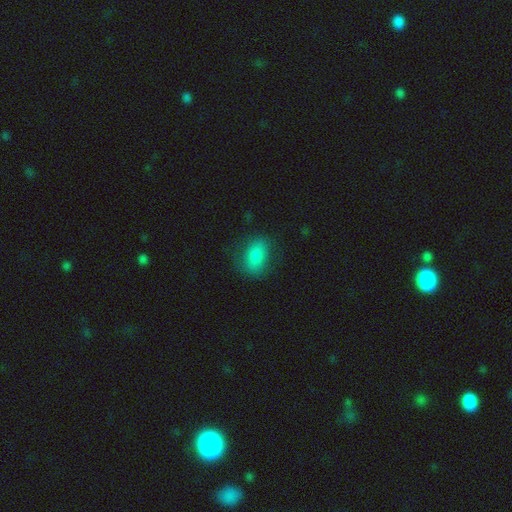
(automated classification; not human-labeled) This appears to be a smooth galaxy with no disk features (79%) that is in between round and cigar-shaped (74%). Merging: none (72%).